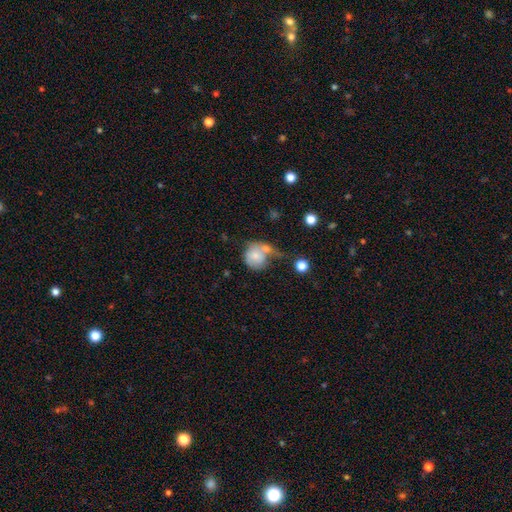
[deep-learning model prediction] The model was most divided on "merging": merger: 39%, none: 26%, minor disturbance: 18%, major disturbance: 17%. More confident: how rounded — round (78%); smooth or featured — smooth (70%).